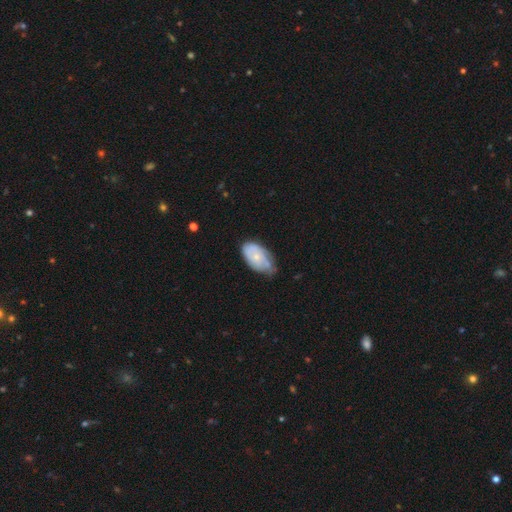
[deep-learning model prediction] Smooth or featured? smooth (50%)
Merging? none (45%)